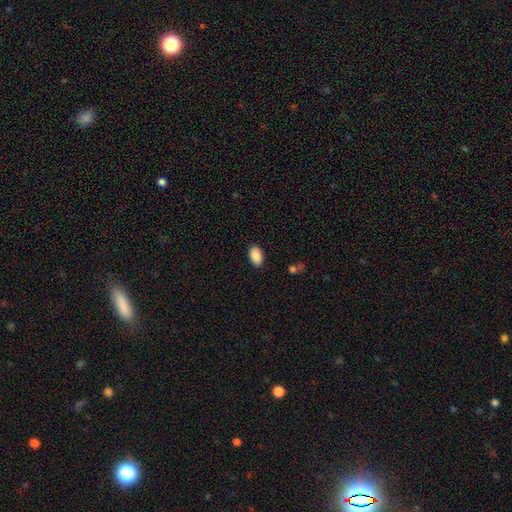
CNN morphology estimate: Smooth or featured? smooth (89%)
How rounded? in between (92%)
Merging? none (87%)